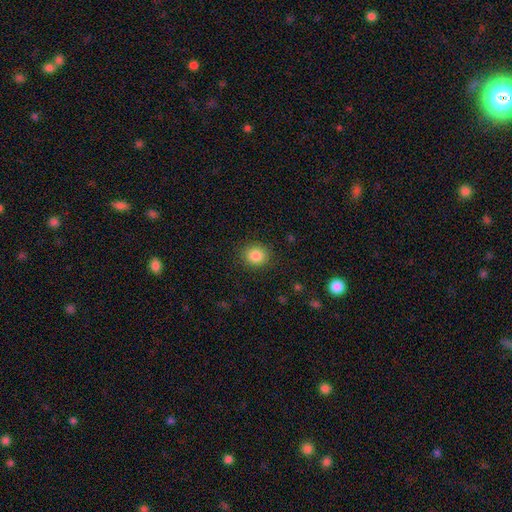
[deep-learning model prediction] Overall: smooth (85%). How rounded: round (78%). Merging: none (88%).